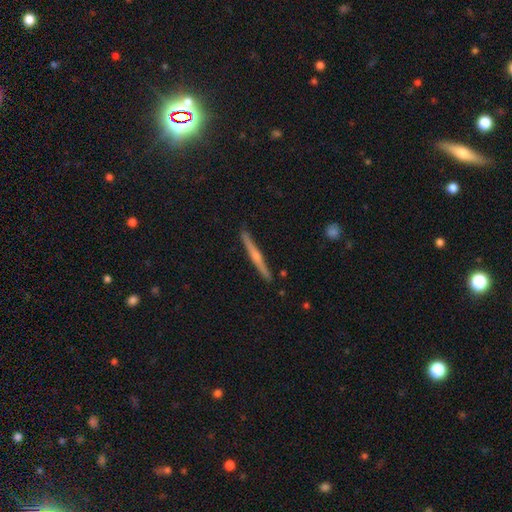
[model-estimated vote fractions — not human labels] Smooth or featured? featured or disk (66%)
Edge-on disk? yes (98%)
Edge-on bulge? rounded (73%)
Merging? none (90%)